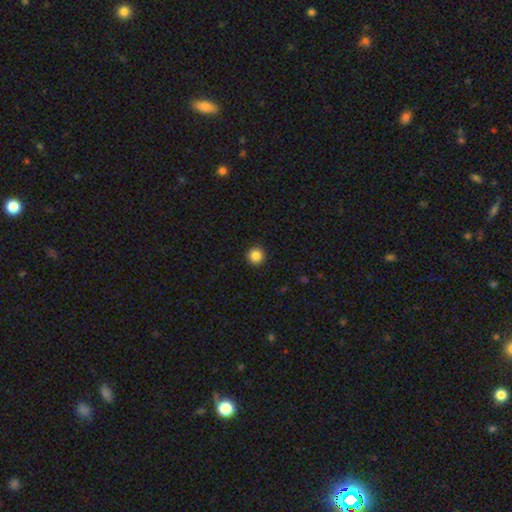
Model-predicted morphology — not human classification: A smooth galaxy with no disk features (86%) that is round (96%).

Vote fractions:
- Smooth or featured? smooth: 86% / star or artifact: 10% / featured or disk: 4%
- How rounded? round: 96% / in between: 3% / cigar-shaped: 1%
- Merging? none: 93% / minor disturbance: 4% / major disturbance: 2% / merger: 1%